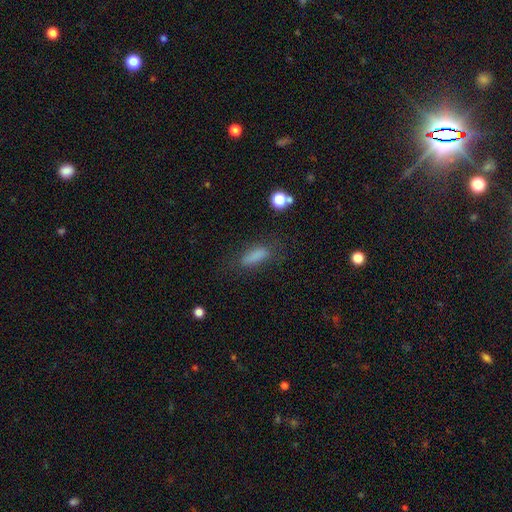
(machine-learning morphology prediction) Smooth or featured?
  - smooth: 81% *
  - star or artifact: 11%
  - featured or disk: 8%
How rounded?
  - in between: 54% *
  - cigar-shaped: 42%
  - round: 4%
Merging?
  - none: 72% *
  - minor disturbance: 18%
  - major disturbance: 8%
  - merger: 2%